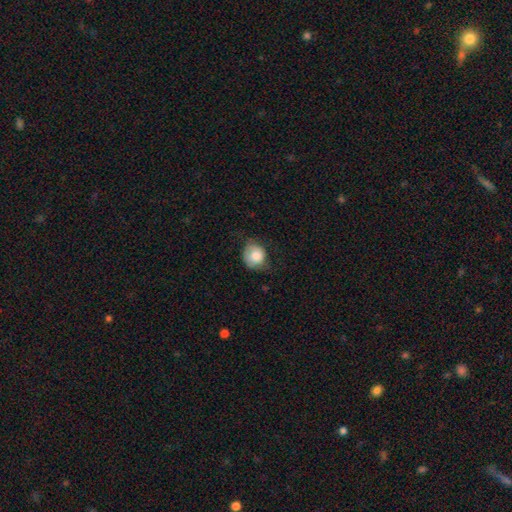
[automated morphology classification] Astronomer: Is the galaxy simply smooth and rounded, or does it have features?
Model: smooth — 79%.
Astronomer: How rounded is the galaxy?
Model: round — 69%.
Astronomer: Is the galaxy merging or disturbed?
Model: none — 48% (runner-up: minor disturbance, 36%).